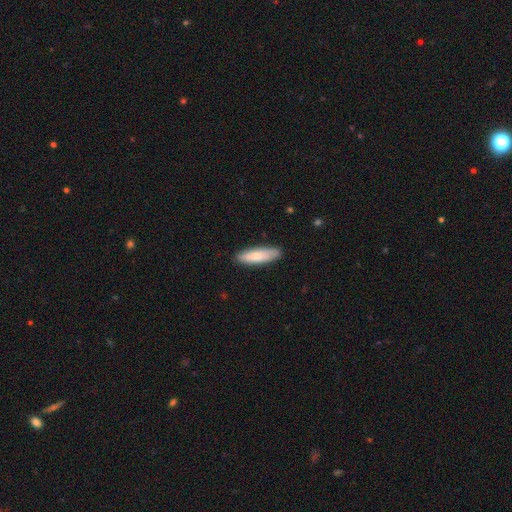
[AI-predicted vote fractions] Smooth or featured? Predicted: smooth (p=0.75). How rounded? Predicted: cigar-shaped (p=0.61). Merging? Predicted: none (p=0.87).